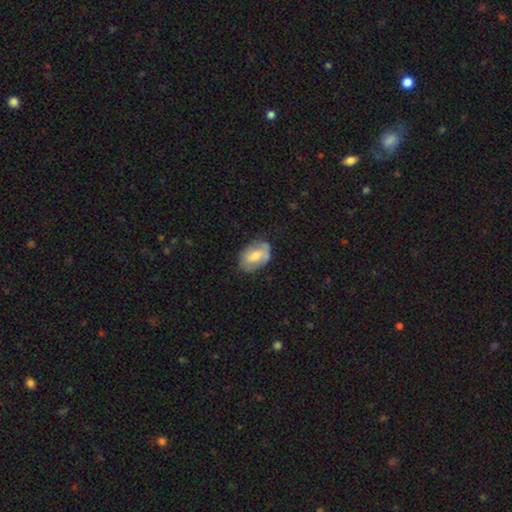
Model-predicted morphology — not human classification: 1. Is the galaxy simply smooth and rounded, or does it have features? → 57% smooth, 36% featured or disk, 6% star or artifact.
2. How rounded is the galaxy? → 84% in between, 14% round, 1% cigar-shaped.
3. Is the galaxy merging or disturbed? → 64% none, 26% minor disturbance, 8% major disturbance, 2% merger.